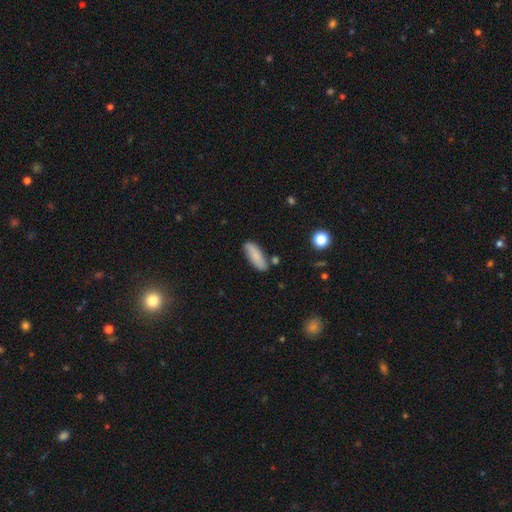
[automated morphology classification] smooth-or-featured: smooth: 83% | featured or disk: 10% | star or artifact: 7%
  how-rounded: in between: 56% | cigar-shaped: 42% | round: 2%
  merging: none: 80% | minor disturbance: 13% | merger: 4% | major disturbance: 3%